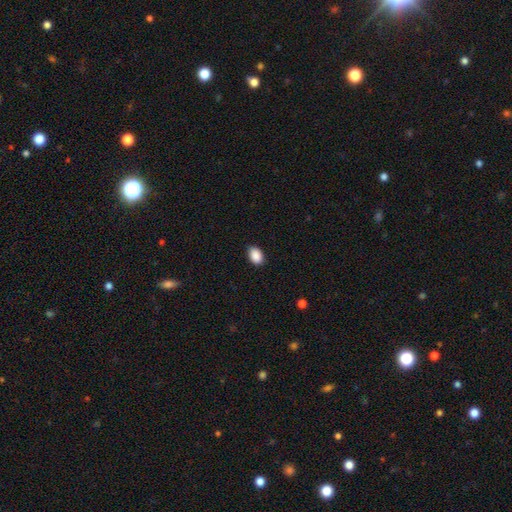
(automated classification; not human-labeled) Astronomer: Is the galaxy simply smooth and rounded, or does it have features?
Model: smooth — 90%.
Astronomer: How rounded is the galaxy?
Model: in between — 84%.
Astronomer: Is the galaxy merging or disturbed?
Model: none — 85%.